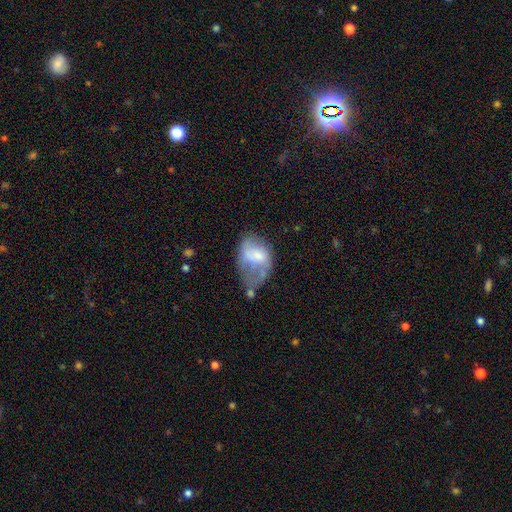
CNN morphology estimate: The model was most divided on "smooth or featured": smooth: 46%, featured or disk: 45%, star or artifact: 8%. Remaining: merging — major disturbance (40%).